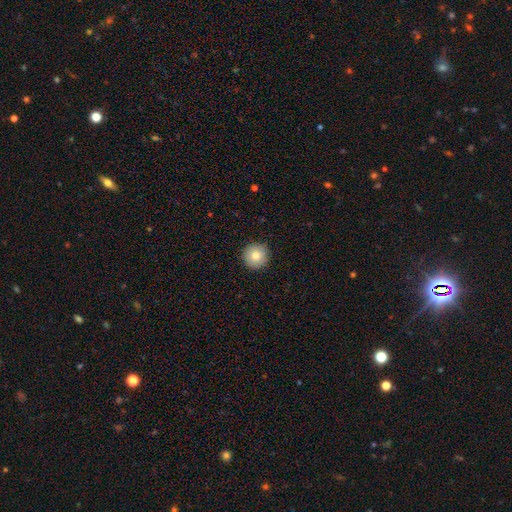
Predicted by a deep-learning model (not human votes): Morphology: type=smooth (83%); roundness=round (96%); merging=none (91%).